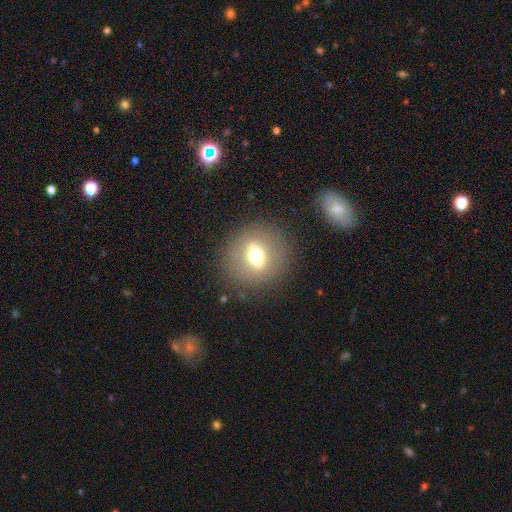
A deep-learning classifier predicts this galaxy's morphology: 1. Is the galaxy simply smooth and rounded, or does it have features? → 49% featured or disk, 39% smooth, 12% star or artifact.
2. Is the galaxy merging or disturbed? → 84% none, 9% minor disturbance, 5% major disturbance, 1% merger.